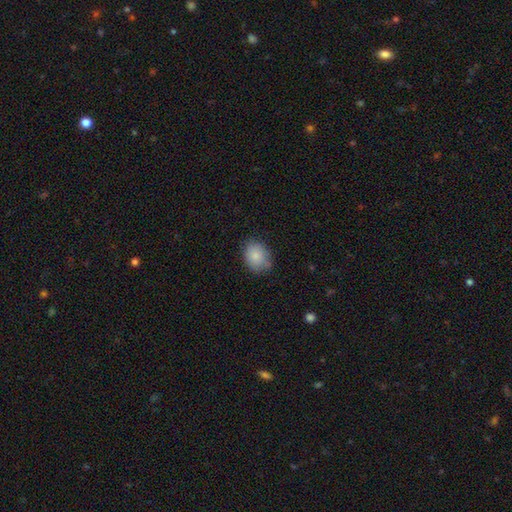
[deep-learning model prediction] Overall: smooth (85%). How rounded: in between (60%; round 39%). Merging: none (76%).